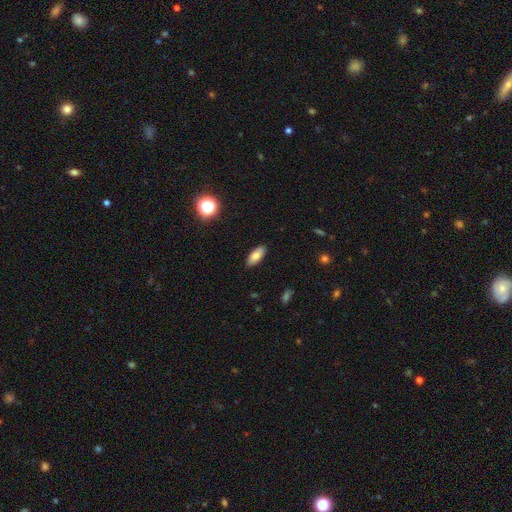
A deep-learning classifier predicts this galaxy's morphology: This is likely a smooth galaxy (79%). How rounded: clearly in between (83%). Merging: clearly none (89%).